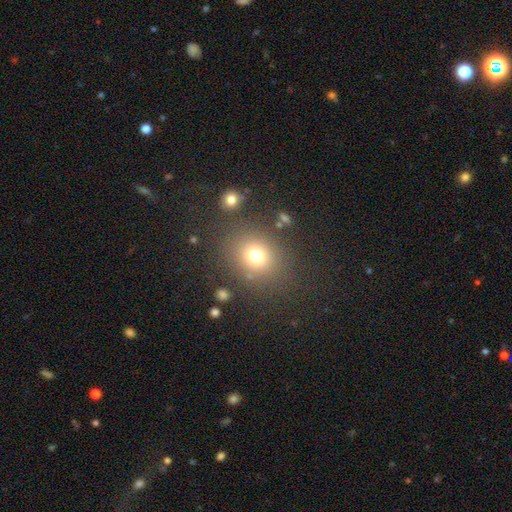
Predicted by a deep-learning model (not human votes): Smooth or featured?
  - smooth: 74% *
  - star or artifact: 17%
  - featured or disk: 9%
How rounded?
  - round: 74% *
  - in between: 25%
  - cigar-shaped: 1%
Merging?
  - none: 79% *
  - minor disturbance: 10%
  - major disturbance: 6%
  - merger: 5%